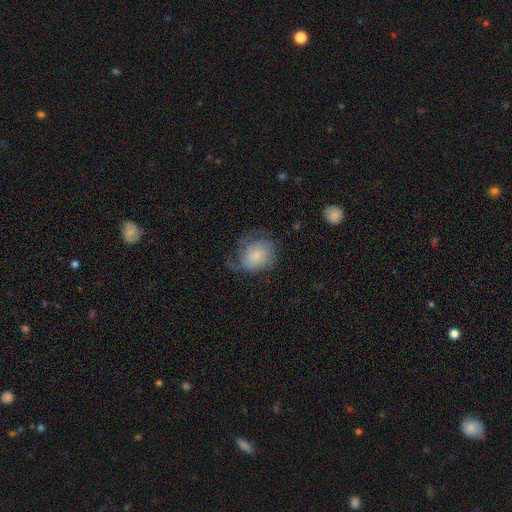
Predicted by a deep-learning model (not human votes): Smooth or featured? smooth (48%)
Merging? none (47%)